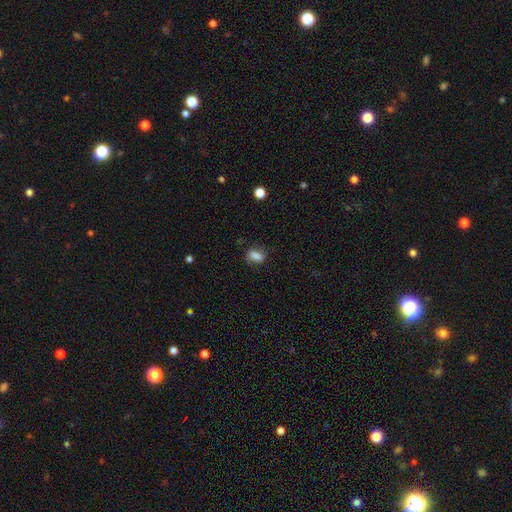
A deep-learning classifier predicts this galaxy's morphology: smooth 73%, featured or disk 16%, star or artifact 11%. Down the decision tree: how rounded — in between (74%); merging — none (69%).